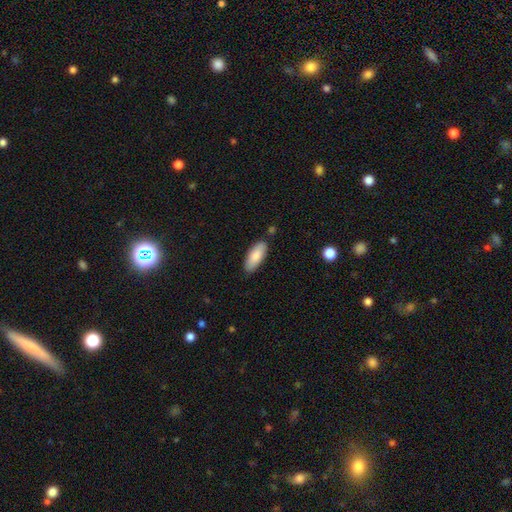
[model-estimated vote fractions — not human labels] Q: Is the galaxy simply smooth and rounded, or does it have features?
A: smooth — 85%.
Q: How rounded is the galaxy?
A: in between — 80%.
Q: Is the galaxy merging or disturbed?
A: none — 84%.